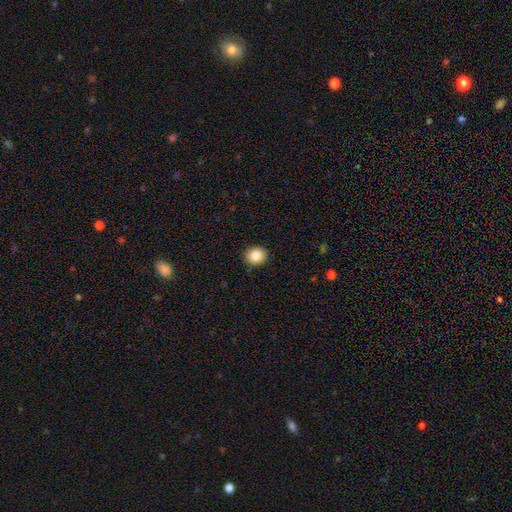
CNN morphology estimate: Q: Smooth or featured?
A: smooth (85%); runner-up: star or artifact (9%)
Q: How rounded?
A: round (71%); runner-up: in between (28%)
Q: Merging?
A: none (90%); runner-up: minor disturbance (7%)